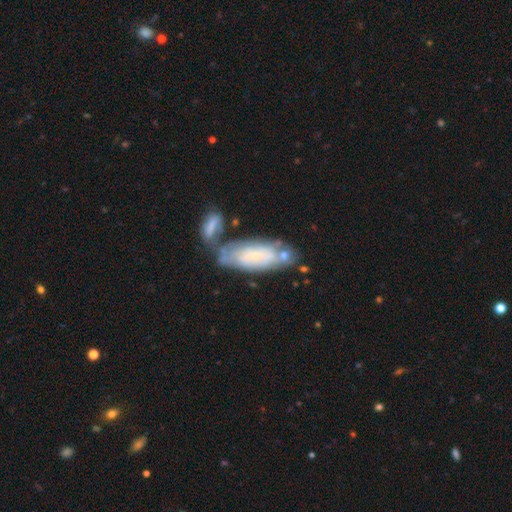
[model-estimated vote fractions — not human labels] This appears to be a smooth galaxy with no disk features (48%). Merging: none (40%).